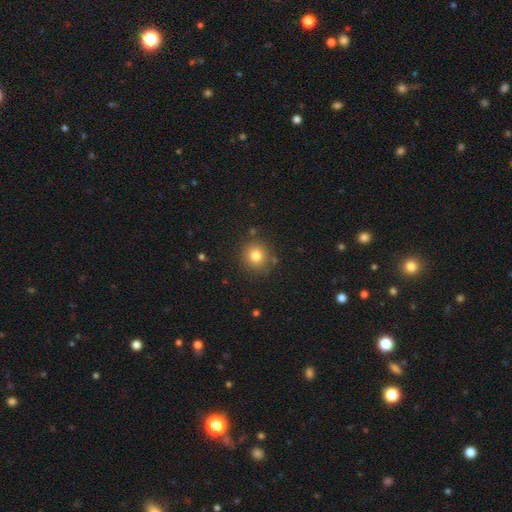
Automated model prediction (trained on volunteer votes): Smooth or featured? Predicted: smooth (p=0.79). How rounded? Predicted: round (p=0.91). Merging? Predicted: none (p=0.86).